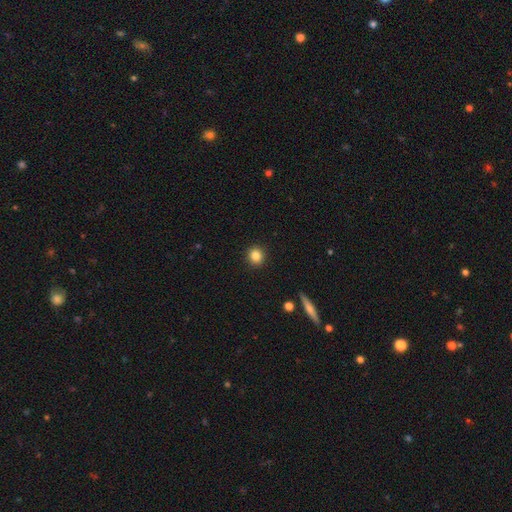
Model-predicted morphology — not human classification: This is clearly a smooth galaxy (84%). How rounded: clearly round (88%). Merging: clearly none (92%).